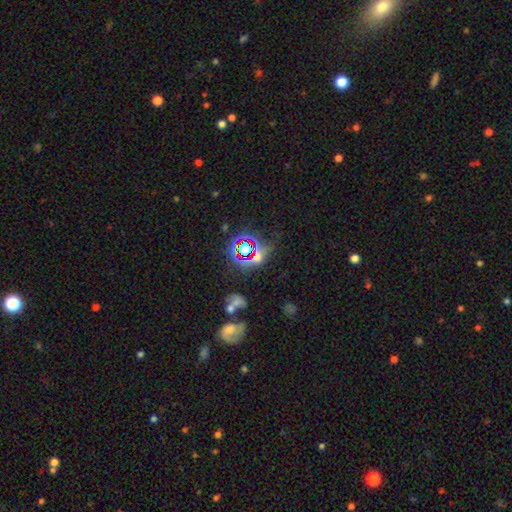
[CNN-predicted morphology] Smooth or featured?
  - star or artifact: 66% *
  - smooth: 23%
  - featured or disk: 11%